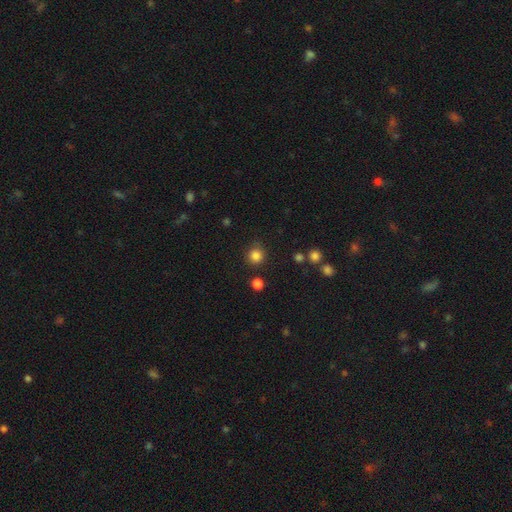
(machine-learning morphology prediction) A smooth galaxy with no disk features (83%) that is round (93%).

Vote fractions:
- Smooth or featured? smooth: 83% / star or artifact: 13% / featured or disk: 4%
- How rounded? round: 93% / in between: 6% / cigar-shaped: 1%
- Merging? none: 84% / minor disturbance: 10% / major disturbance: 3% / merger: 3%